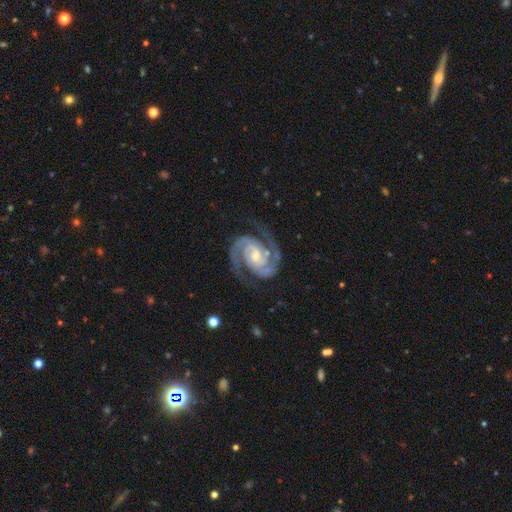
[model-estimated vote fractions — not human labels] A featured or disk galaxy (94%) with no bar (45%), 2 (94%) tight (50%) spiral arms (99%) and a small central bulge (52%).

Vote fractions:
- Smooth or featured? featured or disk: 94% / star or artifact: 4% / smooth: 2%
- Edge-on disk? no: 98% / yes: 2%
- Bar? no: 45% / weak: 38% / strong: 17%
- Spiral arms? yes: 99% / no: 1%
- Spiral winding? tight: 50% / medium: 44% / loose: 5%
- Spiral arm count? 2: 94% / 3: 2% / can't tell: 1% / 1: 1% / 4: 1% / more than 4: 1%
- Bulge size? small: 52% / moderate: 41% / none: 4% / large: 3% / dominant: 1%
- Merging? none: 80% / minor disturbance: 13% / major disturbance: 5% / merger: 1%